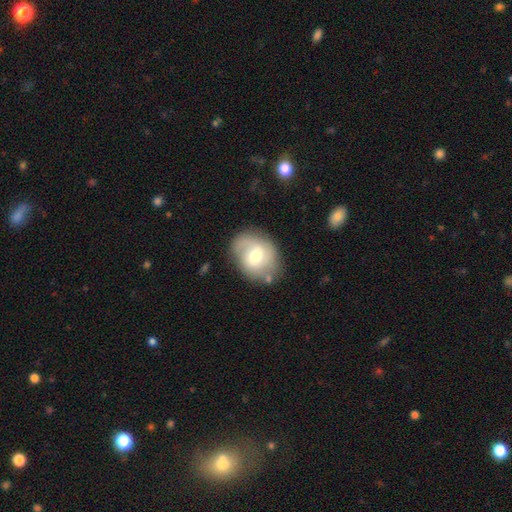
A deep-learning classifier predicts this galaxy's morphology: smooth-or-featured: featured or disk: 52% | smooth: 41% | star or artifact: 7%
  disk-edge-on: no: 96% | yes: 4%
  merging: none: 67% | minor disturbance: 21% | major disturbance: 8% | merger: 5%